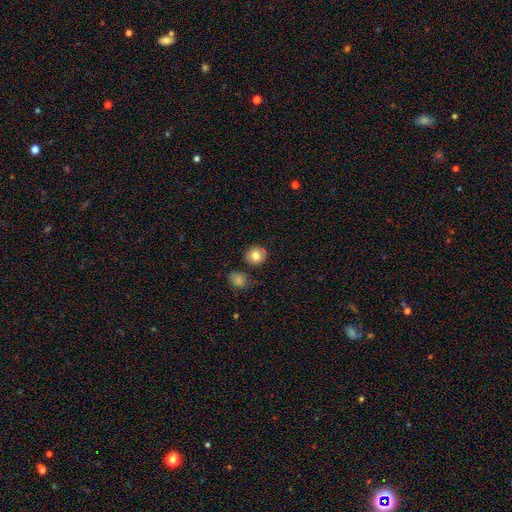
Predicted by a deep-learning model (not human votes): Smooth or featured? Predicted: smooth (p=0.82). How rounded? Predicted: round (p=0.90). Merging? Predicted: none (p=0.84).